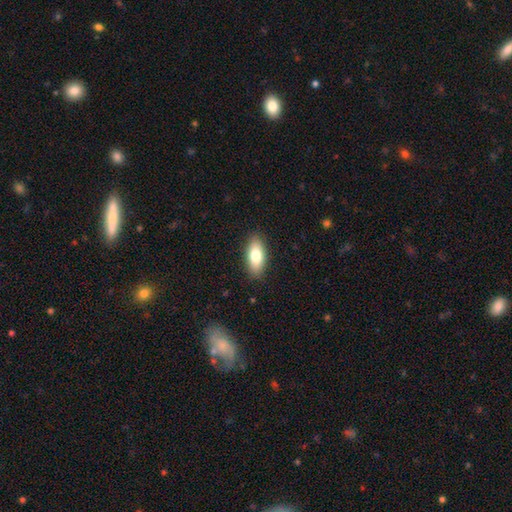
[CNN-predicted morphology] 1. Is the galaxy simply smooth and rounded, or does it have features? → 77% smooth, 16% featured or disk, 7% star or artifact.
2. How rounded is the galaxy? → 84% in between, 13% cigar-shaped, 3% round.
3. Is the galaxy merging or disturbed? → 88% none, 9% minor disturbance, 2% major disturbance, 1% merger.